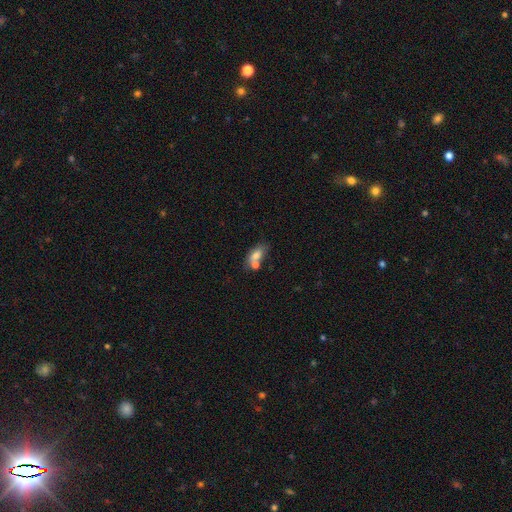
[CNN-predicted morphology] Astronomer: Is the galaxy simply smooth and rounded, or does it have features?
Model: smooth — 73%.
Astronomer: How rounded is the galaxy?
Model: in between — 82%.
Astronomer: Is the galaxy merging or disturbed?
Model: none — 40%, tied with merger at 40%.